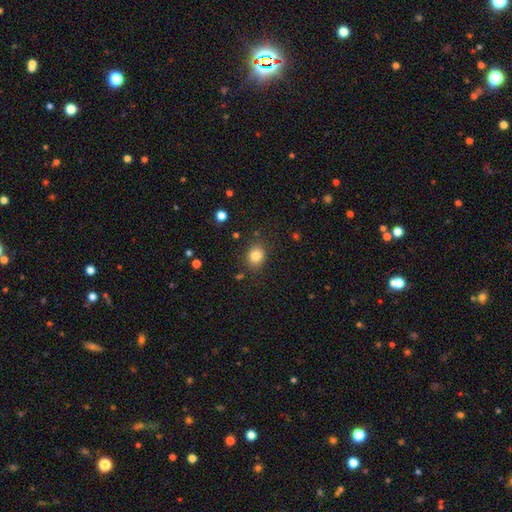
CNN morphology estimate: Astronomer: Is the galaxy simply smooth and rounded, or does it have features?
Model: smooth — 83%.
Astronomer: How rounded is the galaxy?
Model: round — 63%.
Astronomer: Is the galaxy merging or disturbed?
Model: none — 84%.